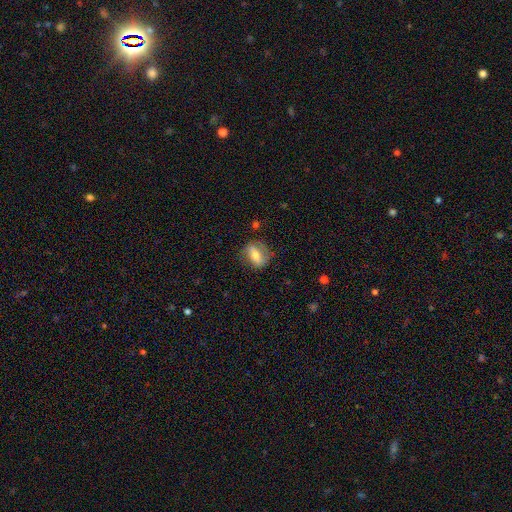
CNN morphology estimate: The model was most divided on "smooth or featured" (2-way tie): smooth: 46%, featured or disk: 46%, star or artifact: 8%. More confident: merging — none (68%).